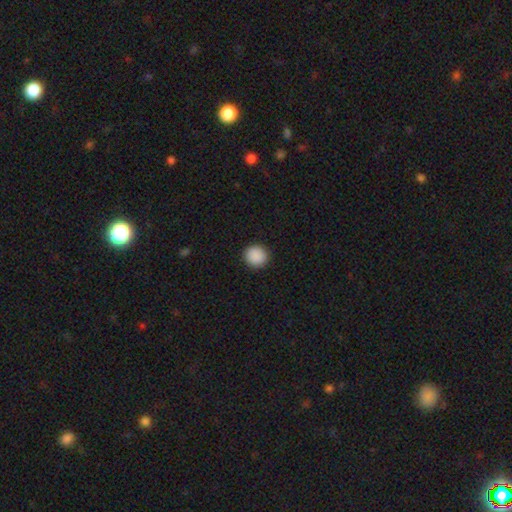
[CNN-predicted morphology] This appears to be a smooth galaxy with no disk features (90%) that is round (89%). Merging: none (92%).